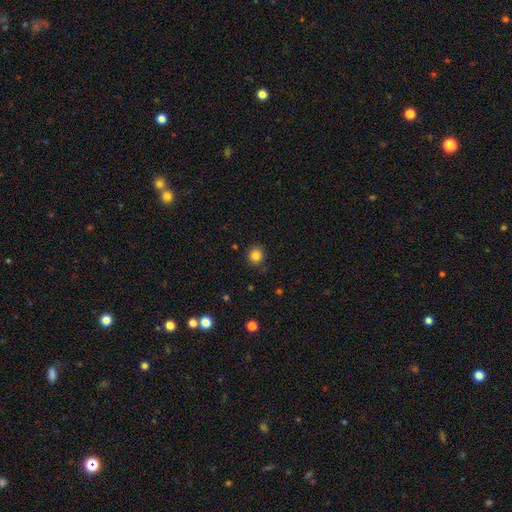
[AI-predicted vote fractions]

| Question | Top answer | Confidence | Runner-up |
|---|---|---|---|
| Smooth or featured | smooth | 83% | star or artifact (12%) |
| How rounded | round | 89% | in between (10%) |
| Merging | none | 87% | minor disturbance (9%) |